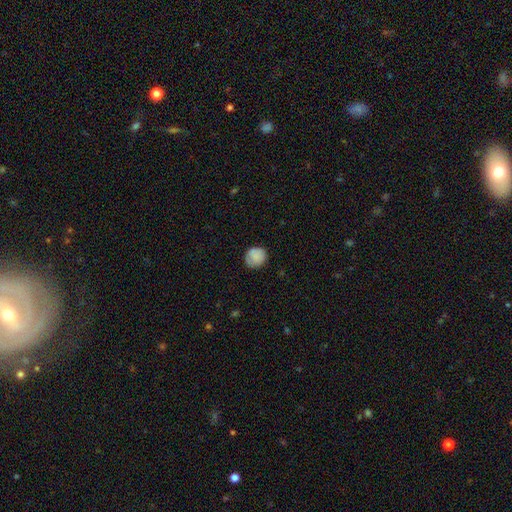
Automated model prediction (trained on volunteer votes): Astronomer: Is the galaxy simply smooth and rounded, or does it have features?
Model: smooth — 84%.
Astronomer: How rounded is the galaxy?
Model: round — 84%.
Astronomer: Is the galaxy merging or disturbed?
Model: none — 75%.